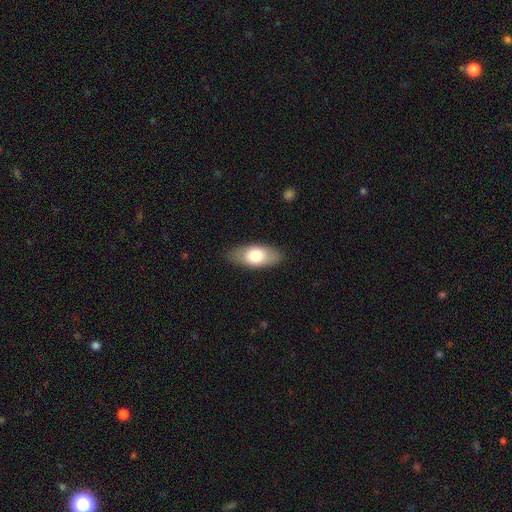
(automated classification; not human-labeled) smooth_or_featured: smooth (p=0.72) [alt: featured or disk p=0.22]
how_rounded: in between (p=0.88) [alt: cigar-shaped p=0.08]
merging: none (p=0.82) [alt: minor disturbance p=0.14]